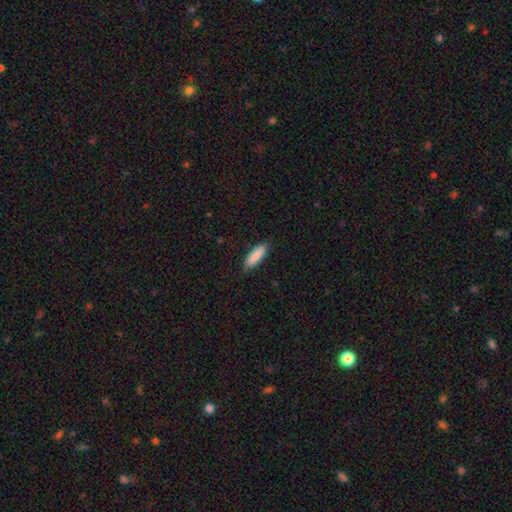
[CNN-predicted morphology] The model was most divided on "how rounded": cigar-shaped: 50%, in between: 49%, round: 1%. More confident: smooth or featured — smooth (88%); merging — none (85%).